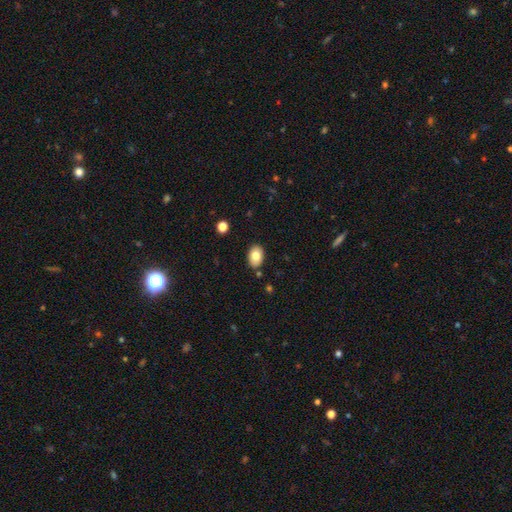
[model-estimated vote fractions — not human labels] Smooth or featured? Predicted: smooth (p=0.80). How rounded? Predicted: in between (p=0.83). Merging? Predicted: none (p=0.86).